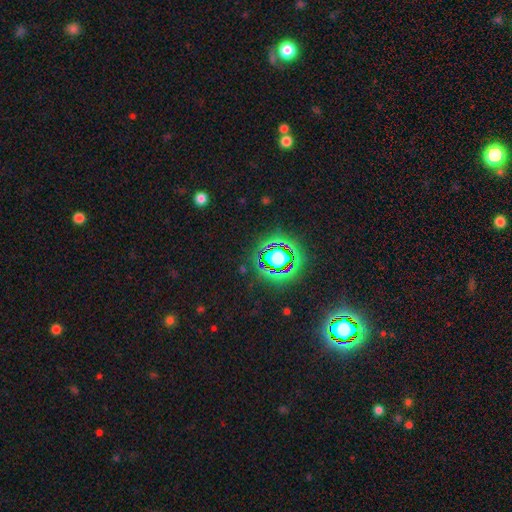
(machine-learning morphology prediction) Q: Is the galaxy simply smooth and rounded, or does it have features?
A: star or artifact — 80%.